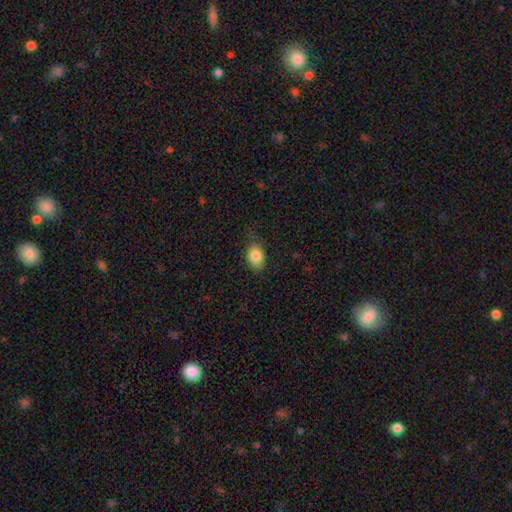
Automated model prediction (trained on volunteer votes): Smooth or featured? smooth (85%)
How rounded? in between (73%)
Merging? none (67%)